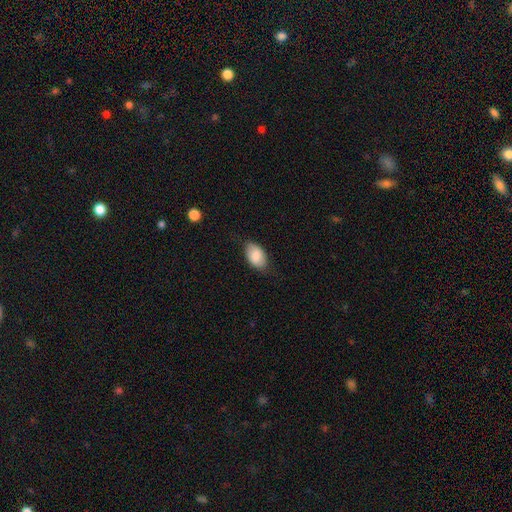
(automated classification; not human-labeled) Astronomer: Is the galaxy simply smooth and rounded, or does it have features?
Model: smooth — 86%.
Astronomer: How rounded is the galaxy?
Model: in between — 92%.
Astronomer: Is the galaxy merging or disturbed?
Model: none — 74%.